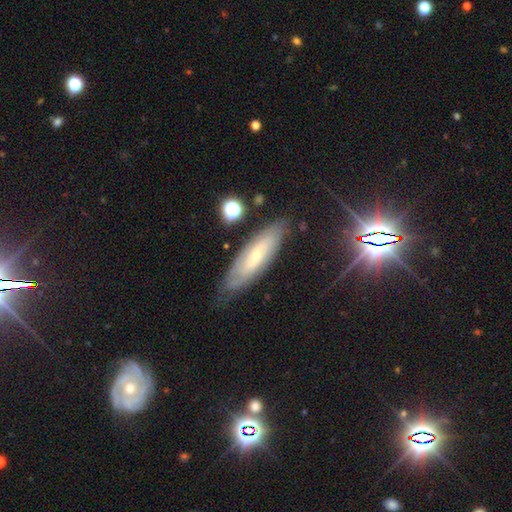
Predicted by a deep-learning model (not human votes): Morphology: type=featured or disk (63%); edge-on=no (72%); merging=none (77%).